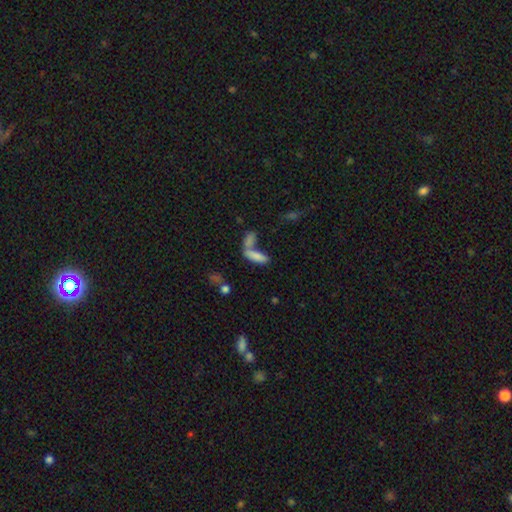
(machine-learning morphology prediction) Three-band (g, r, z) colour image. It shows a smooth galaxy with no disk features (78%) that is in between round and cigar-shaped (56%). Merging: merger (52%).